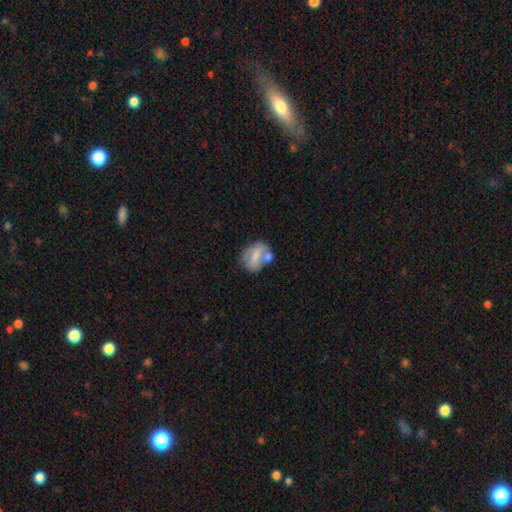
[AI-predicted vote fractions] The model was most divided on "merging": none: 40%, merger: 32%, minor disturbance: 19%, major disturbance: 9%. More confident: how rounded — in between (66%); smooth or featured — smooth (57%).